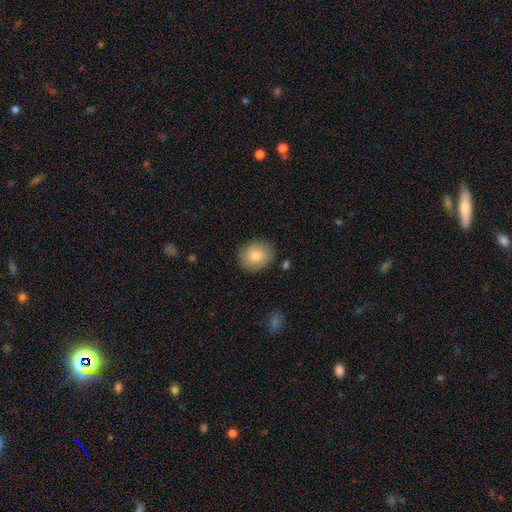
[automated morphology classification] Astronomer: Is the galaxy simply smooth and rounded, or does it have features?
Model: smooth — 82%.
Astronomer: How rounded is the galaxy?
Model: round — 72%.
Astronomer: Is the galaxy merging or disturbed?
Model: none — 83%.